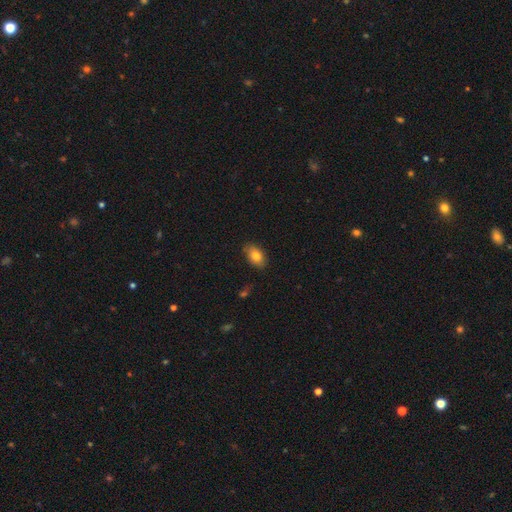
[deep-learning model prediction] Morphology: type=smooth (80%); roundness=in between (88%); merging=none (82%).